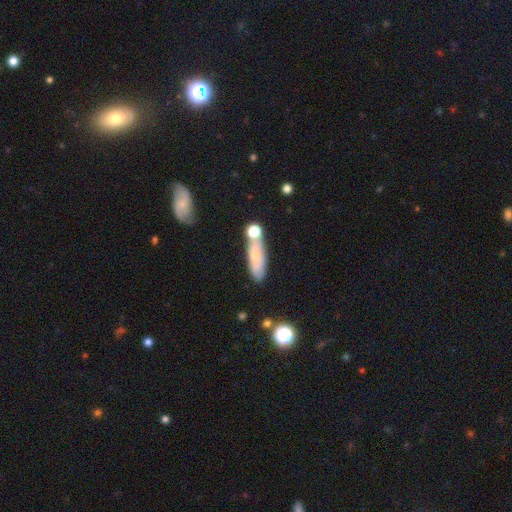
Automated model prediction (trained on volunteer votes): smooth_or_featured: smooth (p=0.66) [alt: featured or disk p=0.25]
how_rounded: cigar-shaped (p=0.53) [alt: in between p=0.43]
merging: none (p=0.57) [alt: merger p=0.20]